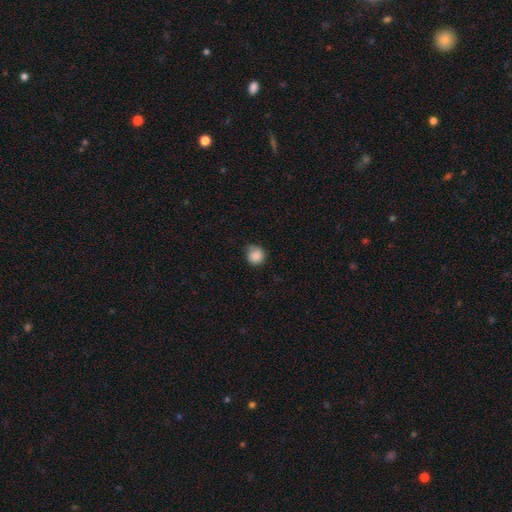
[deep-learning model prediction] Smooth or featured? Predicted: smooth (p=0.85). How rounded? Predicted: round (p=0.87). Merging? Predicted: none (p=0.59).